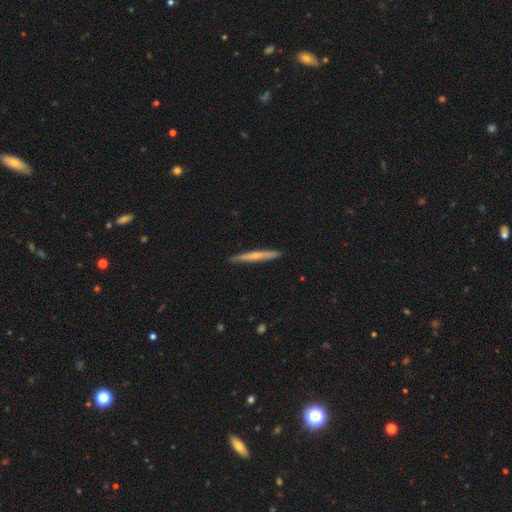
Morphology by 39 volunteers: Smooth or featured? 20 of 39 (51%) said featured or disk. Edge-on disk? 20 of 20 (100%) said yes. Edge-on bulge? 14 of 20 (70%) said rounded. Merging? 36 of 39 (92%) said none.